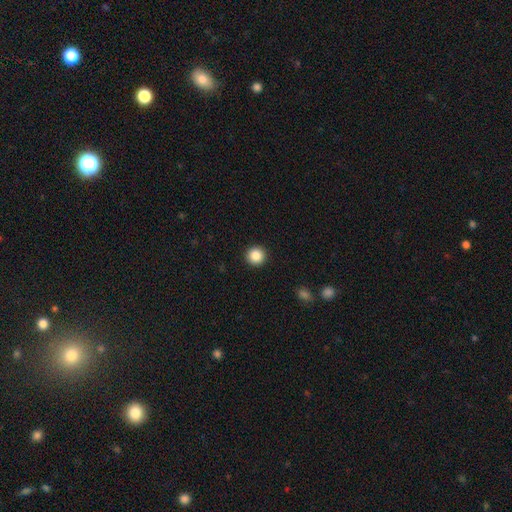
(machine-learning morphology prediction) Smooth or featured: smooth — 86% (star or artifact — 10%)
How rounded: round — 95% (in between — 4%)
Merging: none — 93% (minor disturbance — 4%)